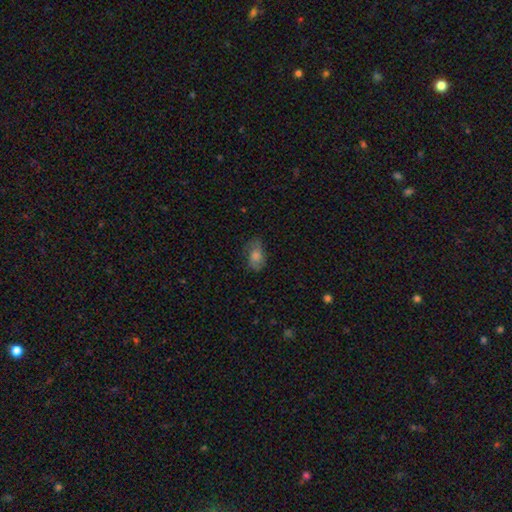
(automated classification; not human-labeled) Overall: smooth (55%; featured or disk 31%). How rounded: in between (82%). Merging: none (71%).